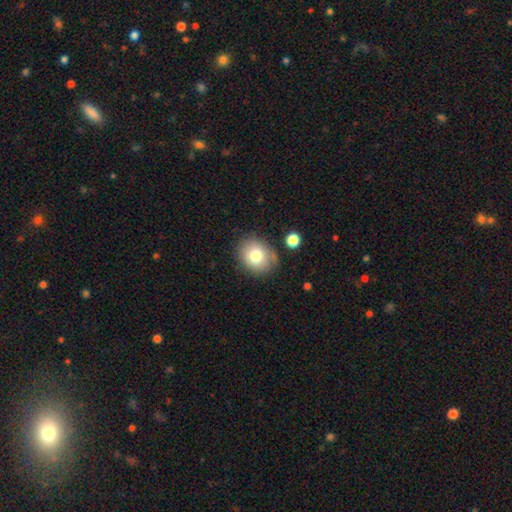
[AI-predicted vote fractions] Smooth or featured?
  - smooth: 77% *
  - featured or disk: 13%
  - star or artifact: 10%
How rounded?
  - round: 61% *
  - in between: 38%
  - cigar-shaped: 1%
Merging?
  - none: 76% *
  - minor disturbance: 15%
  - merger: 5%
  - major disturbance: 4%